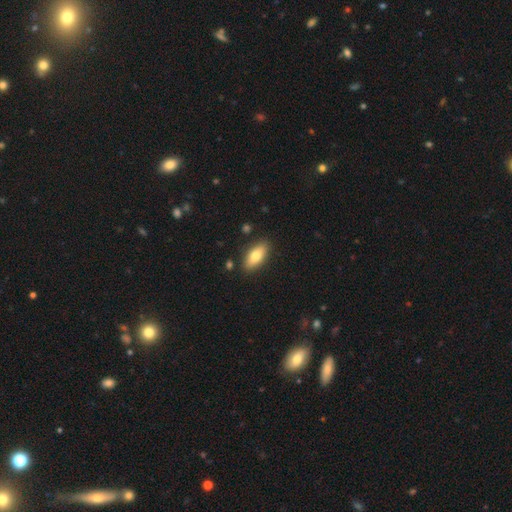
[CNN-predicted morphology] This is likely a smooth galaxy (75%). How rounded: clearly in between (84%). Merging: clearly none (86%).